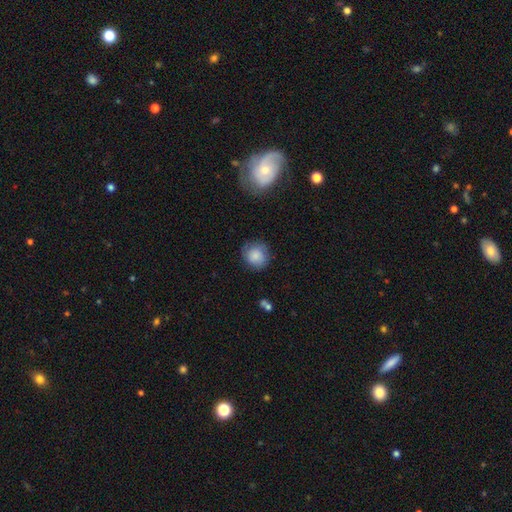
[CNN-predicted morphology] This appears to be a smooth galaxy with no disk features (80%) that is round (88%). Merging: none (74%).